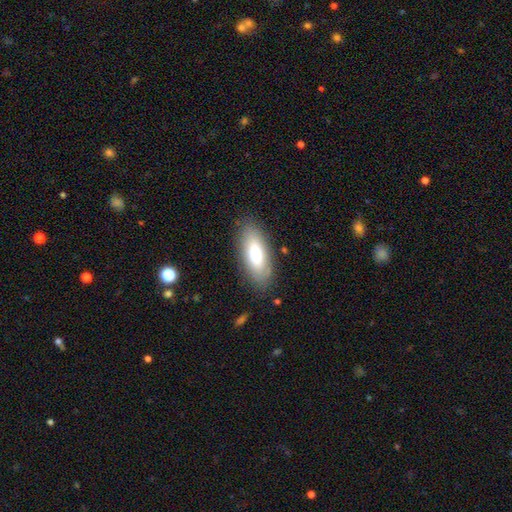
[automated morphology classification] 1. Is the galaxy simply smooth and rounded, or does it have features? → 70% smooth, 23% featured or disk, 7% star or artifact.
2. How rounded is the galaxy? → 82% in between, 15% cigar-shaped, 2% round.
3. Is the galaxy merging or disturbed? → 84% none, 11% minor disturbance, 4% major disturbance, 1% merger.